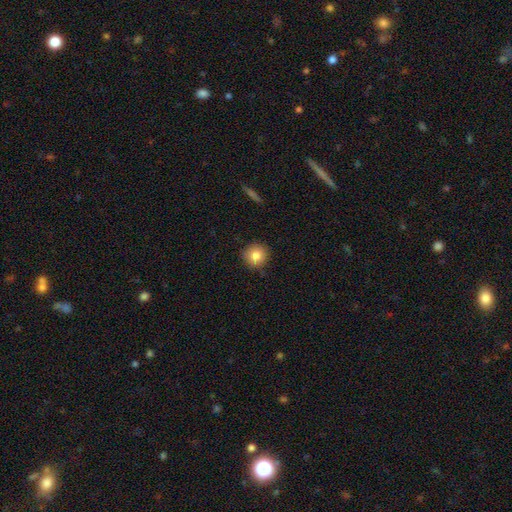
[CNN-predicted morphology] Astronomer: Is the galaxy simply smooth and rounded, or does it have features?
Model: smooth — 82%.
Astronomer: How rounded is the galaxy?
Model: round — 93%.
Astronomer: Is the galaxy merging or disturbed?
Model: none — 89%.